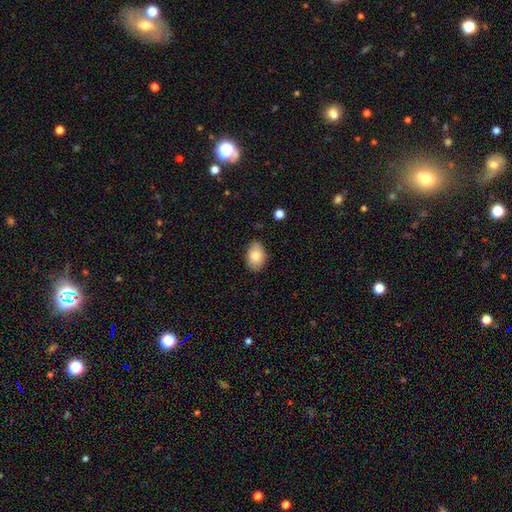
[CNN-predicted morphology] Q: Smooth or featured?
A: smooth (83%); runner-up: featured or disk (10%)
Q: How rounded?
A: in between (87%); runner-up: round (12%)
Q: Merging?
A: none (83%); runner-up: minor disturbance (13%)